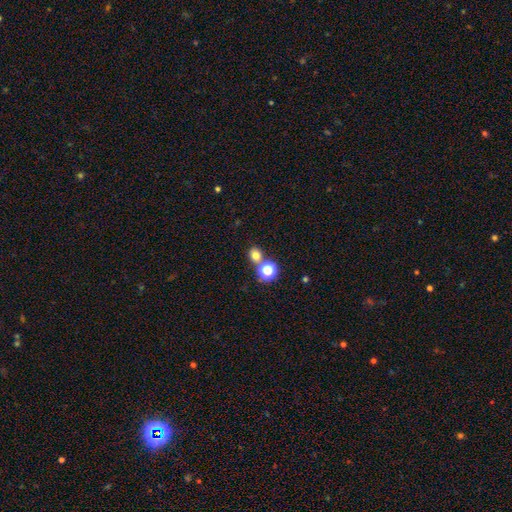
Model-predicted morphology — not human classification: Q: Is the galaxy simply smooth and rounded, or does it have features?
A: smooth — 74%.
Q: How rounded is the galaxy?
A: round — 75%.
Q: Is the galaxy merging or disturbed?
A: none — 66%.